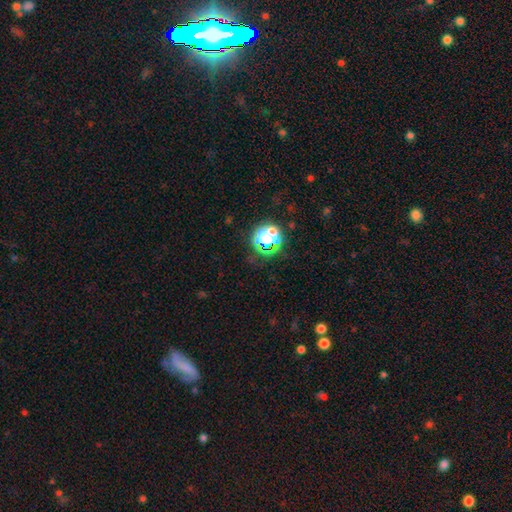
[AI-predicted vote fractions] Morphology: type=star or artifact (73%).